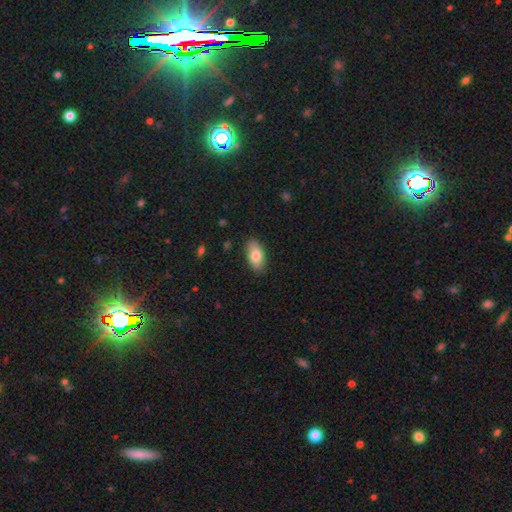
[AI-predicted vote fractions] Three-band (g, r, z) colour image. It shows a smooth galaxy with no disk features (78%) that is in between round and cigar-shaped (92%). Merging: none (85%).